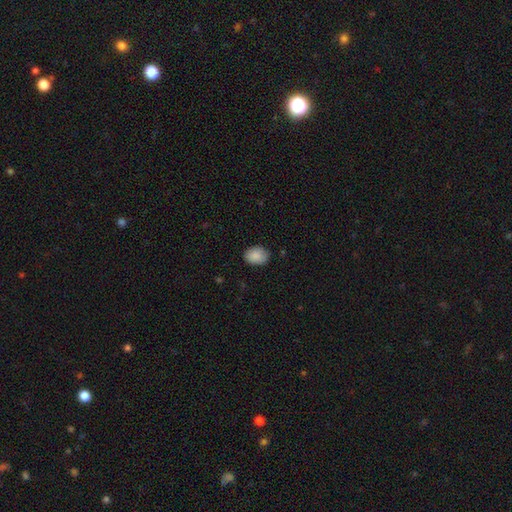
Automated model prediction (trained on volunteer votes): Smooth or featured: smooth — 89% (star or artifact — 7%)
How rounded: in between — 73% (round — 26%)
Merging: none — 80% (minor disturbance — 16%)